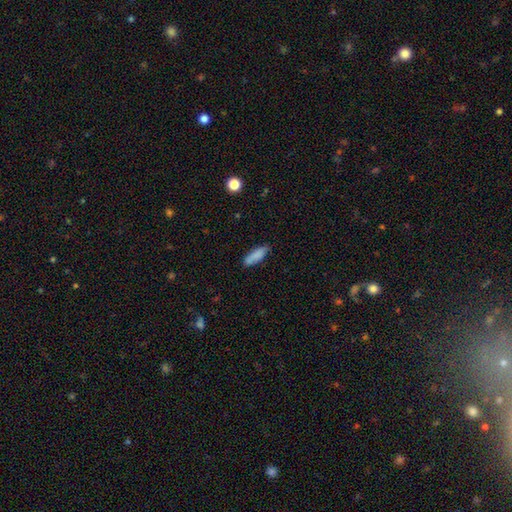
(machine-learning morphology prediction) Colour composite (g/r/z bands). It shows a smooth galaxy with no disk features (84%) that is in between round and cigar-shaped (57%). Merging: none (75%).